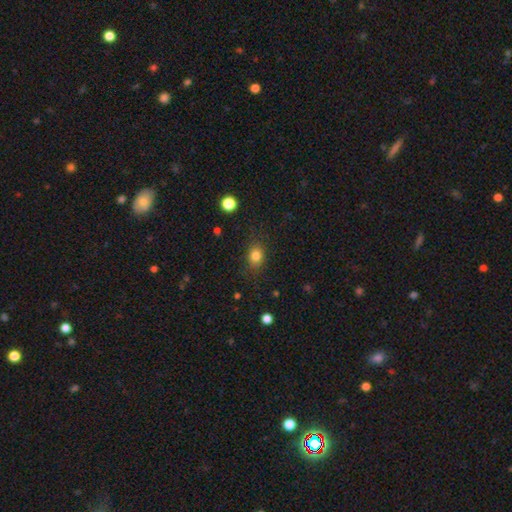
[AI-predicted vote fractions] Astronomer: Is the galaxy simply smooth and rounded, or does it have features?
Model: smooth — 82%.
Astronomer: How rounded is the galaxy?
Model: in between — 57% (runner-up: round, 41%).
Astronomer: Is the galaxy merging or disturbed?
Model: none — 83%.